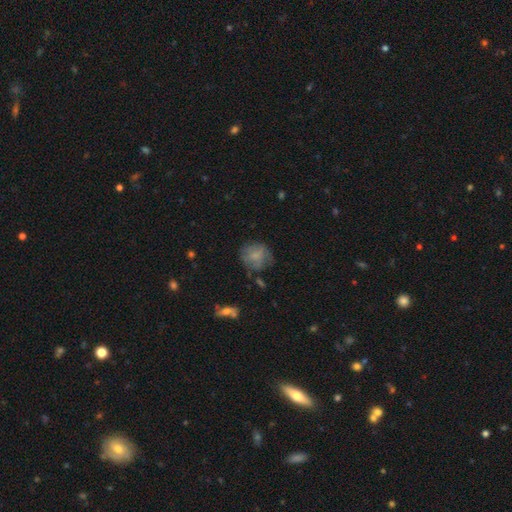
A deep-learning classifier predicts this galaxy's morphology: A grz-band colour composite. It shows a smooth galaxy with no disk features (67%) that is round (81%). Merging: none (62%).